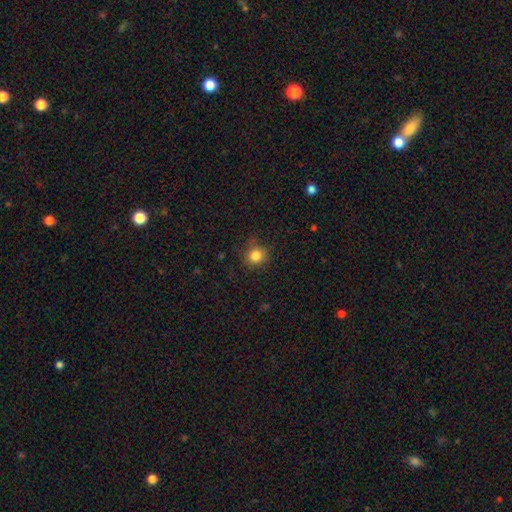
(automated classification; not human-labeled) This is clearly a smooth galaxy (83%). How rounded: clearly round (88%). Merging: clearly none (81%).